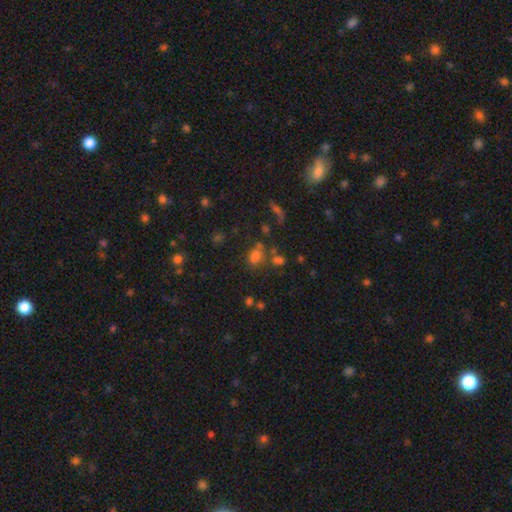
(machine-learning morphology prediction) smooth_or_featured: smooth (p=0.59) [alt: star or artifact p=0.30]
how_rounded: in between (p=0.57) [alt: round p=0.41]
merging: none (p=0.52) [alt: merger p=0.24]